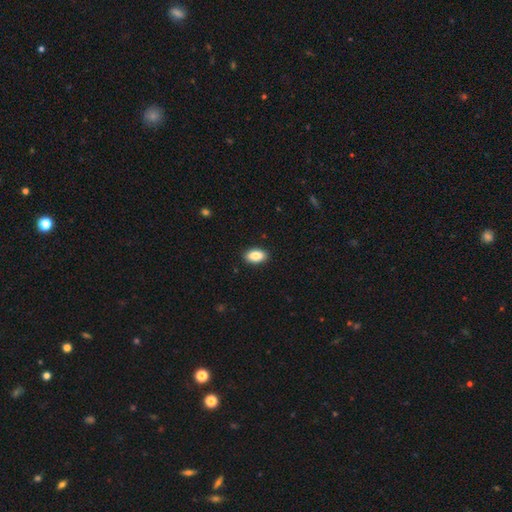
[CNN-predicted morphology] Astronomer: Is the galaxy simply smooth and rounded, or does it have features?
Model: smooth — 87%.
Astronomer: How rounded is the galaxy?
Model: in between — 92%.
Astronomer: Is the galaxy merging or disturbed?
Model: none — 91%.